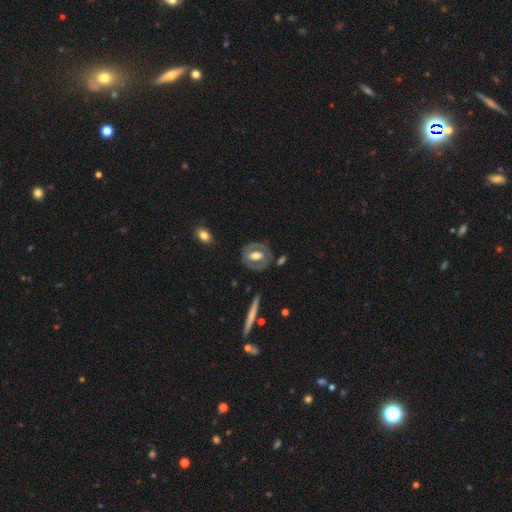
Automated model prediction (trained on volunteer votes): Smooth or featured? Predicted: featured or disk (p=0.64). Edge-on disk? Predicted: no (p=0.91). Bar? Predicted: no (p=0.37). Spiral arms? Predicted: no (p=0.63). Bulge size? Predicted: moderate (p=0.63). Merging? Predicted: none (p=0.76).